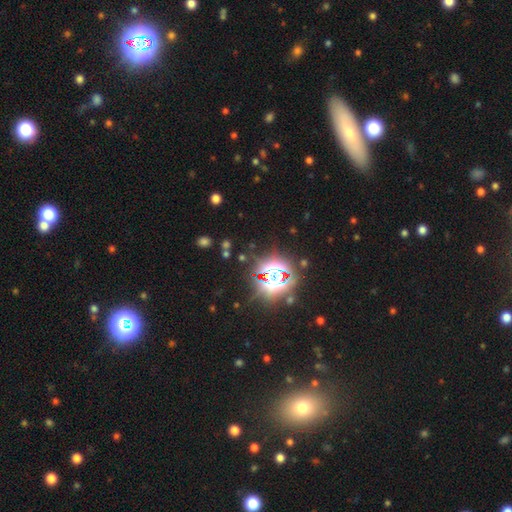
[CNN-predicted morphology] Smooth or featured: star or artifact — 77% (smooth — 14%)